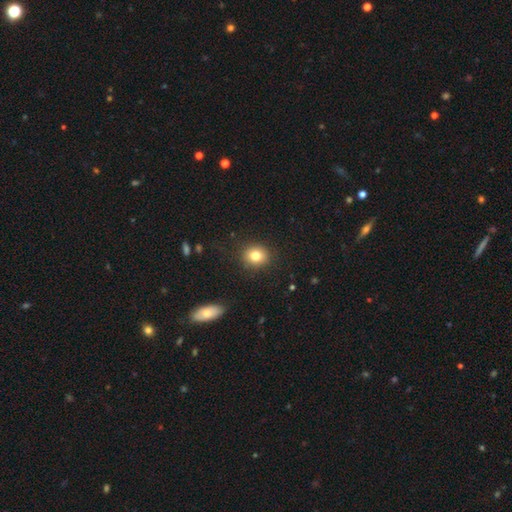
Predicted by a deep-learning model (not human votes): A smooth galaxy with no disk features (81%) that is round (78%).

Vote fractions:
- Smooth or featured? smooth: 81% / star or artifact: 11% / featured or disk: 8%
- How rounded? round: 78% / in between: 21% / cigar-shaped: 1%
- Merging? none: 88% / minor disturbance: 8% / major disturbance: 2% / merger: 1%